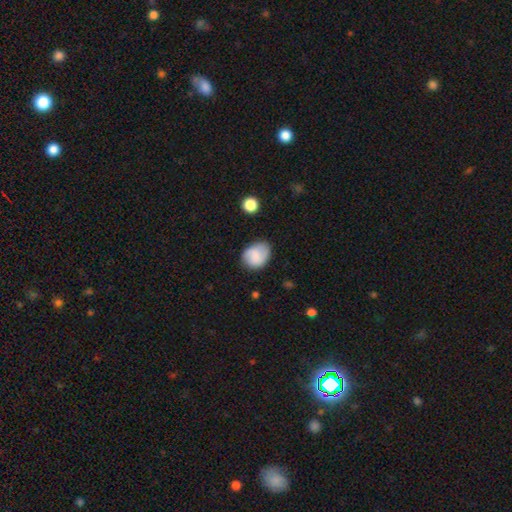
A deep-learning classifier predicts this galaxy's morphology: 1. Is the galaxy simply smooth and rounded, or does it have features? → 67% smooth, 24% featured or disk, 8% star or artifact.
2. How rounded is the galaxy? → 50% in between, 49% round, 1% cigar-shaped.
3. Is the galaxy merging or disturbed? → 70% none, 22% minor disturbance, 6% major disturbance, 2% merger.